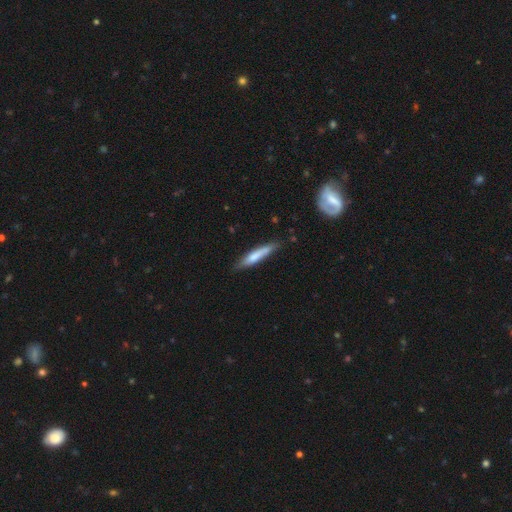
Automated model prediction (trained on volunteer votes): smooth 67%, featured or disk 28%, star or artifact 5%. Down the decision tree: how rounded — cigar-shaped (89%); merging — none (76%).